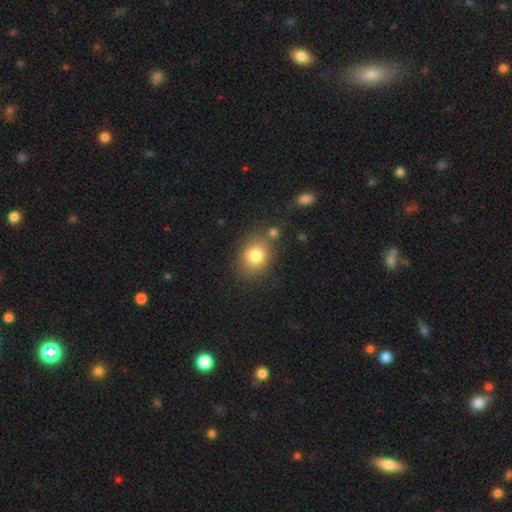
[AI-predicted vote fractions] smooth_or_featured: smooth (p=0.79) [alt: star or artifact p=0.10]
how_rounded: round (p=0.50) [alt: in between p=0.49]
merging: none (p=0.69) [alt: minor disturbance p=0.15]